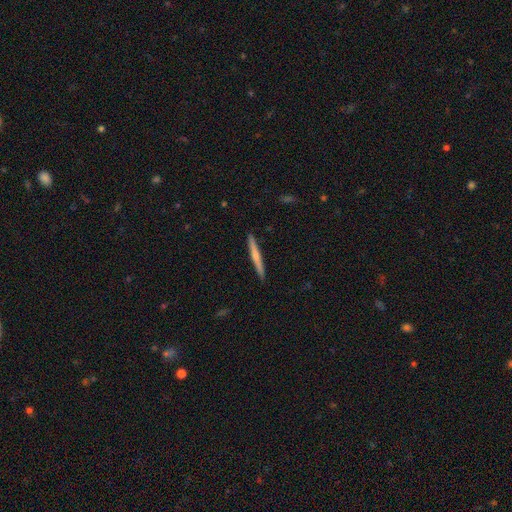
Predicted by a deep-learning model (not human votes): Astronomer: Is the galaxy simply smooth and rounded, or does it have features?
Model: featured or disk — 53% (runner-up: smooth, 42%).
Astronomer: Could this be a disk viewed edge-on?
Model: yes — 98%.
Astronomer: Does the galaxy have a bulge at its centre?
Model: rounded — 62%.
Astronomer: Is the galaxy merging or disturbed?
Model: none — 92%.